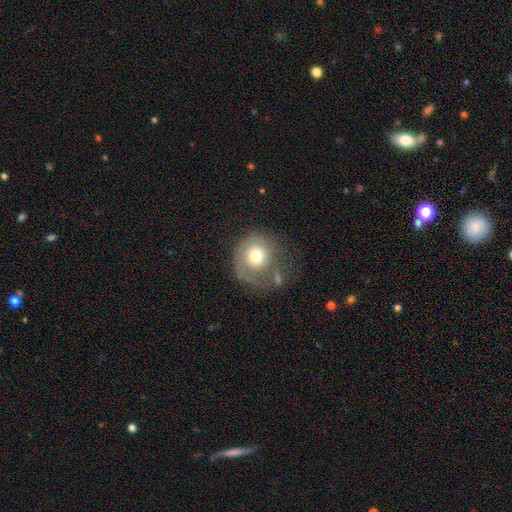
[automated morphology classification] Overall: smooth (62%; featured or disk 29%). How rounded: round (84%). Merging: none (46%; minor disturbance 23%).